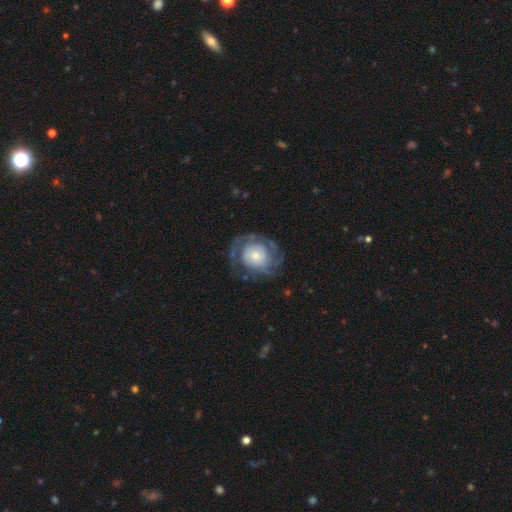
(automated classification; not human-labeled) smooth-or-featured: featured or disk: 78% | smooth: 16% | star or artifact: 6%
  disk-edge-on: no: 98% | yes: 2%
    bar: no: 78% | weak: 18% | strong: 4%
    has-spiral-arms: yes: 91% | no: 9%
      spiral-winding: tight: 57% | medium: 31% | loose: 12%
      spiral-arm-count: can't tell: 32% | 2: 29% | 3: 18% | 4: 8% | 1: 7% | more than 4: 6%
    bulge-size: moderate: 40% | small: 38% | large: 17% | dominant: 3% | none: 2%
  merging: none: 69% | minor disturbance: 16% | major disturbance: 13% | merger: 1%